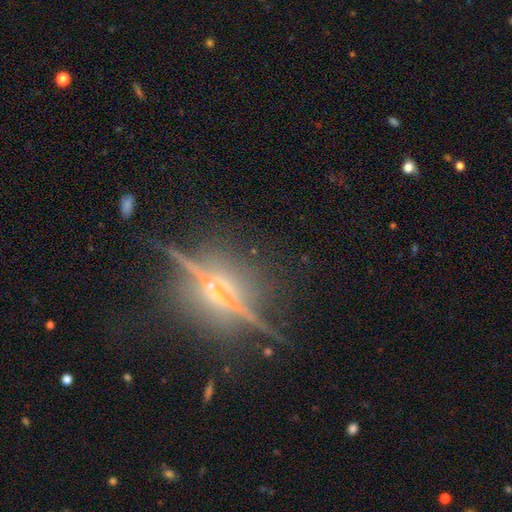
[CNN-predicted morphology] The model was most divided on "smooth or featured": featured or disk: 76%, star or artifact: 16%, smooth: 7%. More confident: edge-on disk — yes (92%); edge-on bulge — rounded (90%); merging — none (83%).